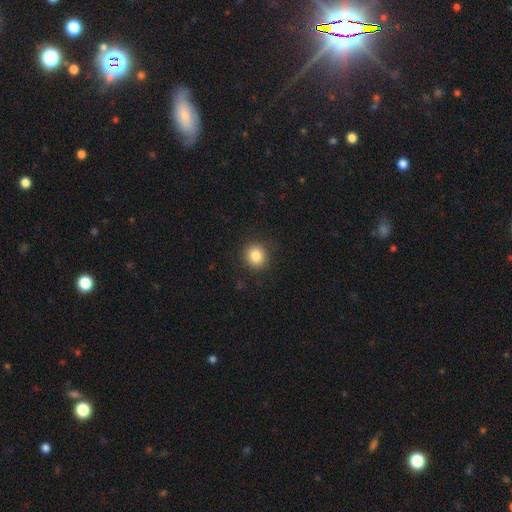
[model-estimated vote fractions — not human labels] This is clearly a smooth galaxy (85%). How rounded: clearly round (89%). Merging: clearly none (89%).